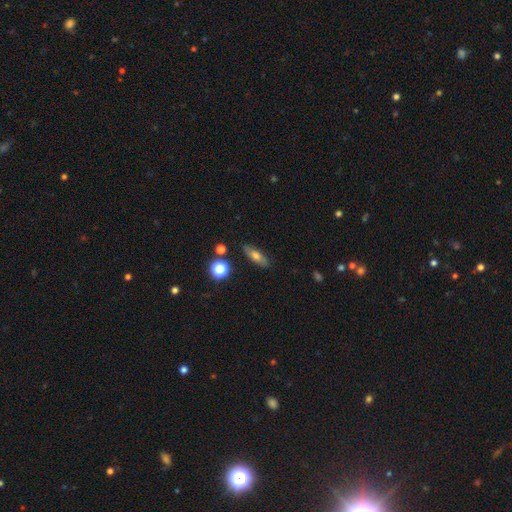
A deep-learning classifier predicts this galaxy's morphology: Smooth or featured? Predicted: smooth (p=0.61). How rounded? Predicted: in between (p=0.55). Merging? Predicted: none (p=0.85).